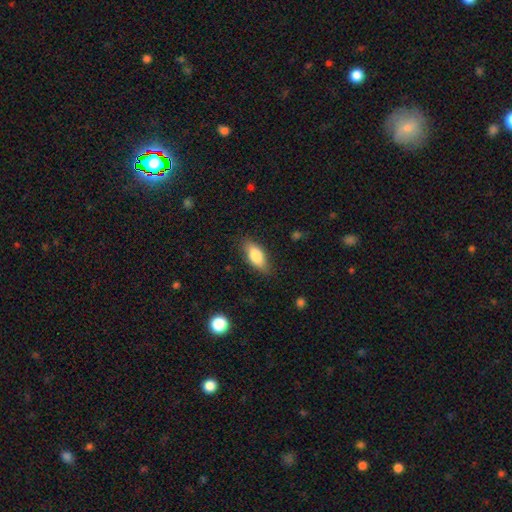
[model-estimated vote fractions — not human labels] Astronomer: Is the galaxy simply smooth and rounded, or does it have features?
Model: smooth — 79%.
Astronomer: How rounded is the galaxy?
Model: in between — 81%.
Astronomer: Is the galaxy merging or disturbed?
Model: none — 81%.